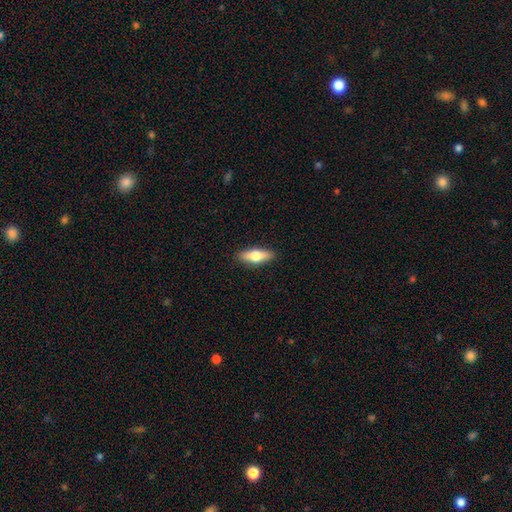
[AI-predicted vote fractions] Morphology: type=smooth (61%); roundness=in between (60%); merging=none (89%).